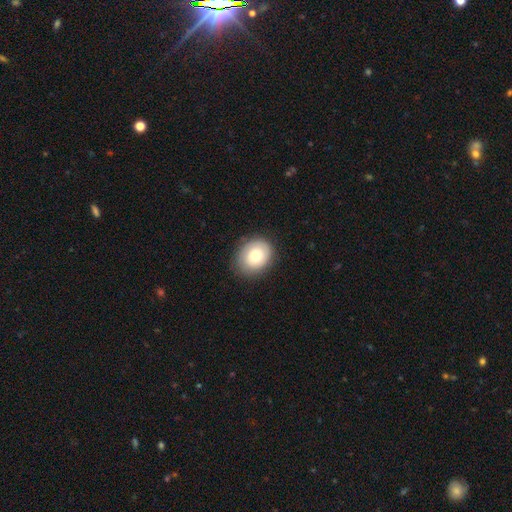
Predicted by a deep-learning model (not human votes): Smooth or featured?
  - smooth: 75% *
  - featured or disk: 18%
  - star or artifact: 8%
How rounded?
  - round: 54% *
  - in between: 45%
  - cigar-shaped: 1%
Merging?
  - none: 83% *
  - minor disturbance: 13%
  - major disturbance: 3%
  - merger: 1%